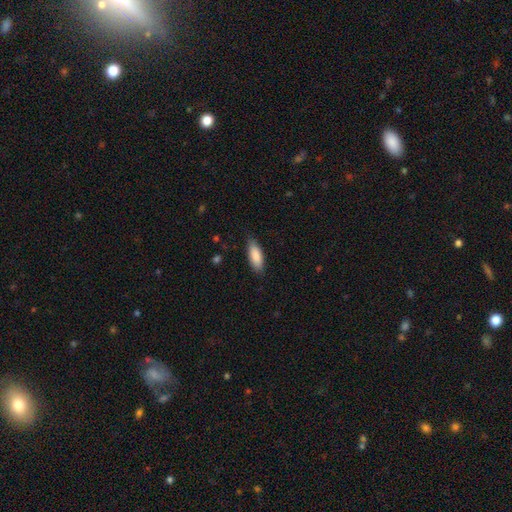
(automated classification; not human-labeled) smooth-or-featured: smooth: 88% | featured or disk: 7% | star or artifact: 6%
  how-rounded: in between: 72% | cigar-shaped: 26% | round: 2%
  merging: none: 82% | minor disturbance: 15% | major disturbance: 3% | merger: 1%